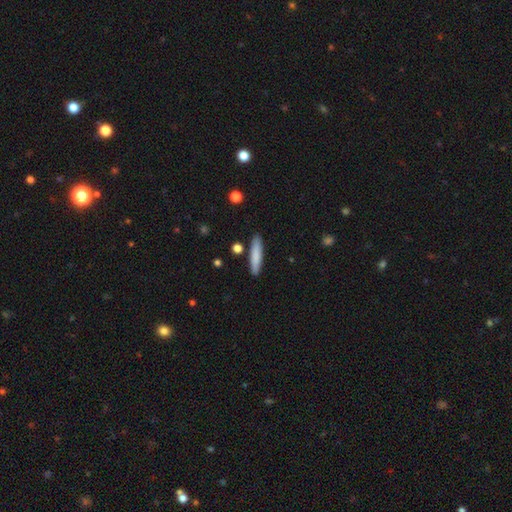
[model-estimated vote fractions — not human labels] A smooth galaxy with no disk features (82%) that is cigar-shaped (86%). Merging: none (88%).